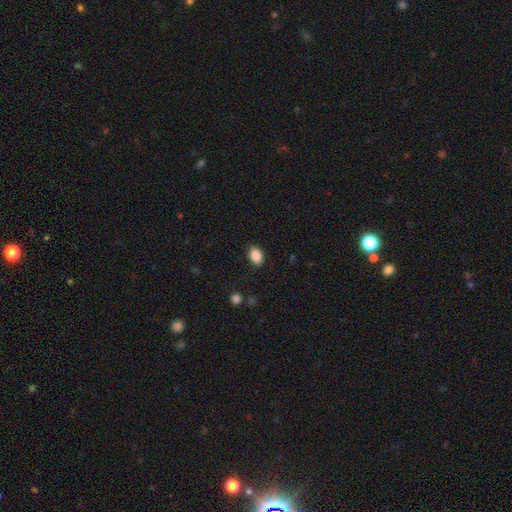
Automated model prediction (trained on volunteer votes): This appears to be a smooth galaxy with no disk features (89%) that is in between round and cigar-shaped (82%). Merging: none (85%).